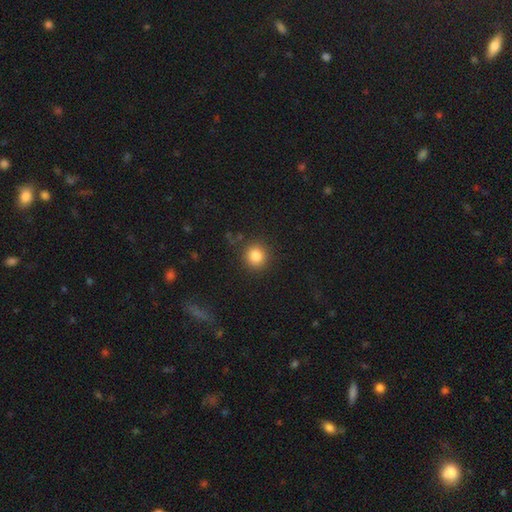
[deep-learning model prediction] A smooth galaxy with no disk features (84%) that is round (92%). Merging: none (89%).